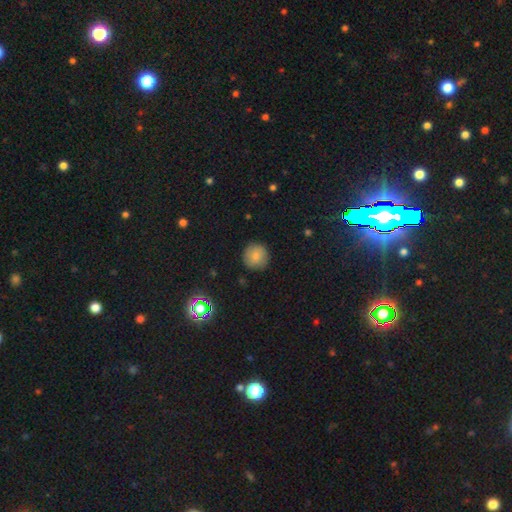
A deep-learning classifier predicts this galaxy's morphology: A smooth galaxy with no disk features (80%) that is round (94%).

Vote fractions:
- Smooth or featured? smooth: 80% / star or artifact: 10% / featured or disk: 9%
- How rounded? round: 94% / in between: 5% / cigar-shaped: 1%
- Merging? none: 88% / minor disturbance: 8% / major disturbance: 2% / merger: 1%